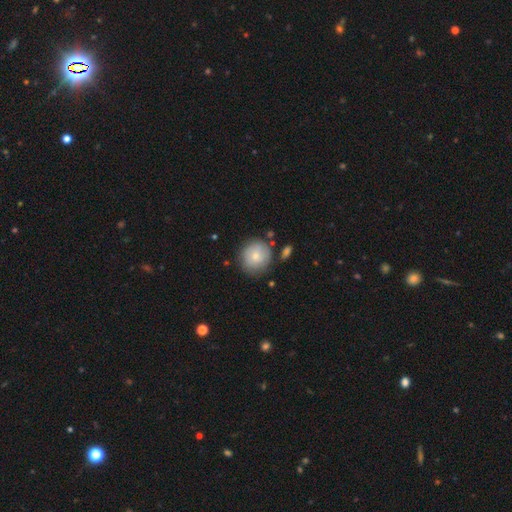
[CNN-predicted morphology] smooth 73%, featured or disk 20%, star or artifact 7%. Down the decision tree: how rounded — round (89%); merging — none (76%).